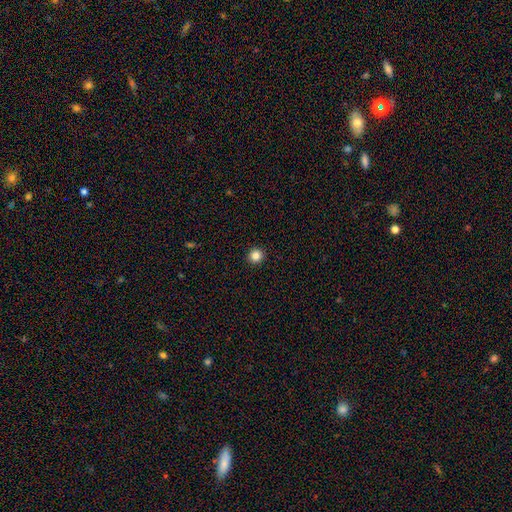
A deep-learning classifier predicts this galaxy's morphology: A smooth galaxy with no disk features (84%) that is round (95%).

Vote fractions:
- Smooth or featured? smooth: 84% / star or artifact: 12% / featured or disk: 5%
- How rounded? round: 95% / in between: 4% / cigar-shaped: 1%
- Merging? none: 94% / minor disturbance: 4% / major disturbance: 1% / merger: 1%